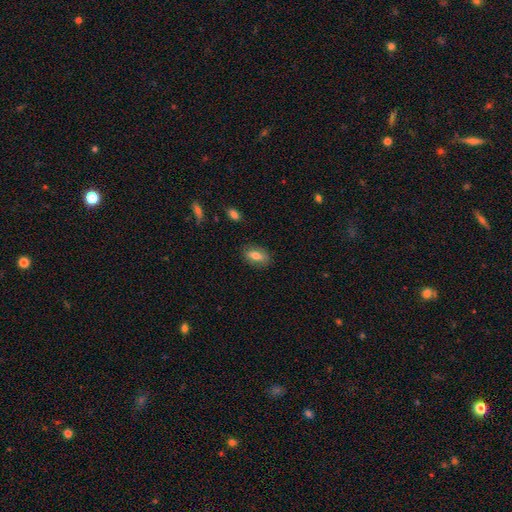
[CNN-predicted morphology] The model was most divided on "smooth or featured": smooth: 73%, featured or disk: 19%, star or artifact: 8%. More confident: how rounded — in between (85%); merging — none (83%).